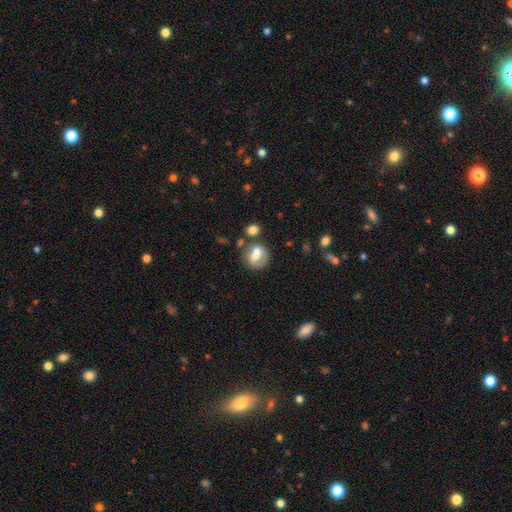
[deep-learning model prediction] smooth-or-featured: smooth: 62% | featured or disk: 29% | star or artifact: 9%
  how-rounded: round: 68% | in between: 31% | cigar-shaped: 1%
  merging: none: 46% | merger: 26% | minor disturbance: 18% | major disturbance: 10%